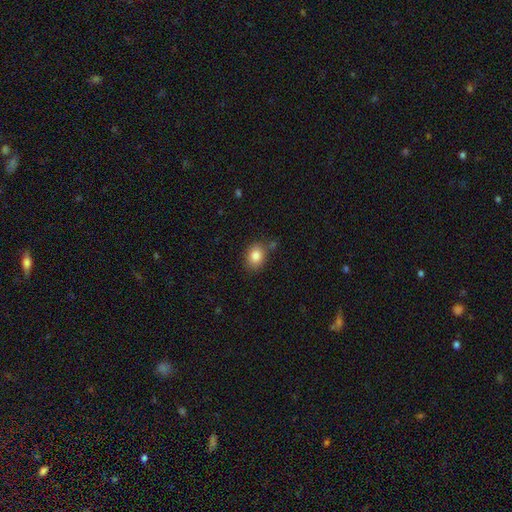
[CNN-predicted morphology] Overall: smooth (85%). How rounded: in between (58%; round 41%). Merging: none (76%).